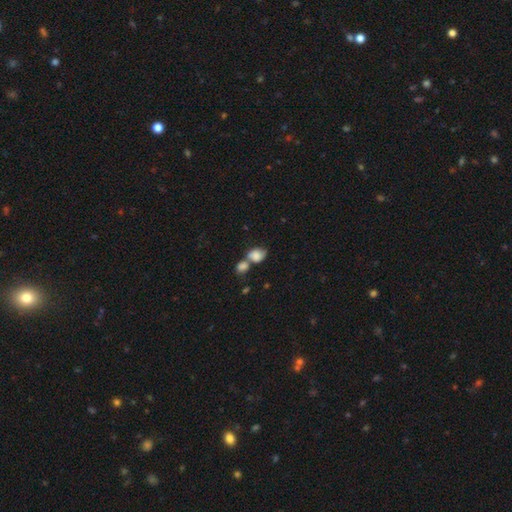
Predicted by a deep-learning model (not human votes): Q: Smooth or featured?
A: smooth (77%); runner-up: featured or disk (14%)
Q: How rounded?
A: in between (61%); runner-up: round (38%)
Q: Merging?
A: merger (63%); runner-up: none (21%)